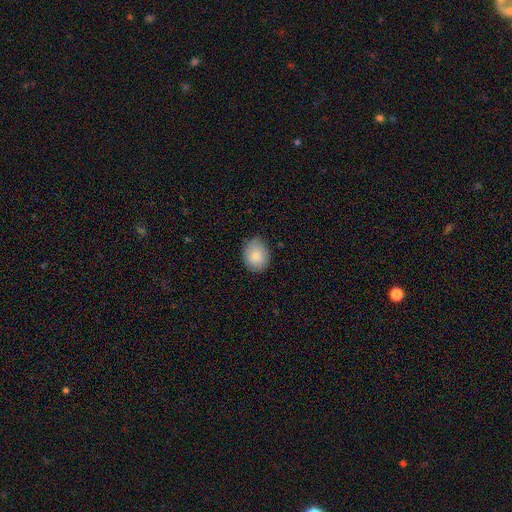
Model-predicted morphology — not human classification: A smooth galaxy with no disk features (86%) that is round (51%).

Vote fractions:
- Smooth or featured? smooth: 86% / star or artifact: 7% / featured or disk: 7%
- How rounded? round: 51% / in between: 48% / cigar-shaped: 1%
- Merging? none: 80% / minor disturbance: 17% / major disturbance: 3% / merger: 1%